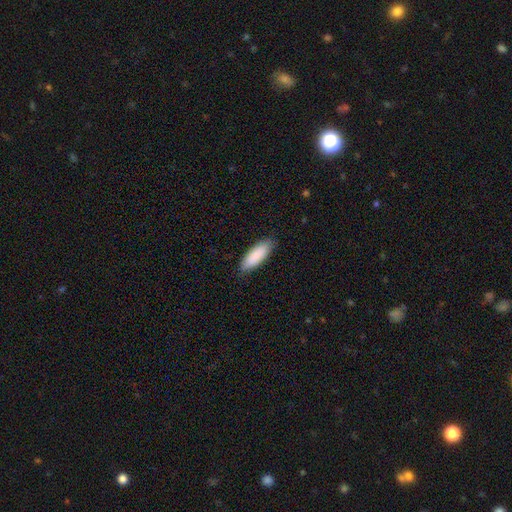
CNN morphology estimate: Smooth or featured? Predicted: smooth (p=0.89). How rounded? Predicted: in between (p=0.63). Merging? Predicted: none (p=0.85).